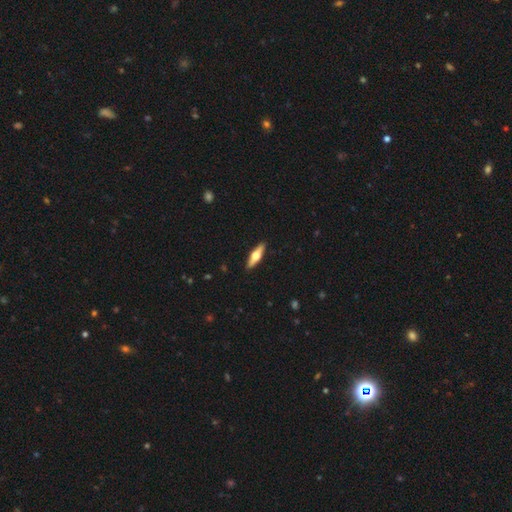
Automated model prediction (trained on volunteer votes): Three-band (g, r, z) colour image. It shows a featured or disk galaxy (56%) viewed edge-on (94%) with a rounded central bulge (95%). Merging: none (91%).